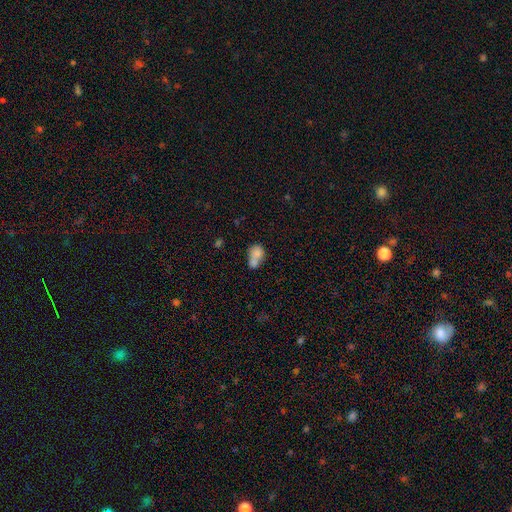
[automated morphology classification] Smooth or featured? smooth (76%)
How rounded? in between (56%)
Merging? merger (67%)